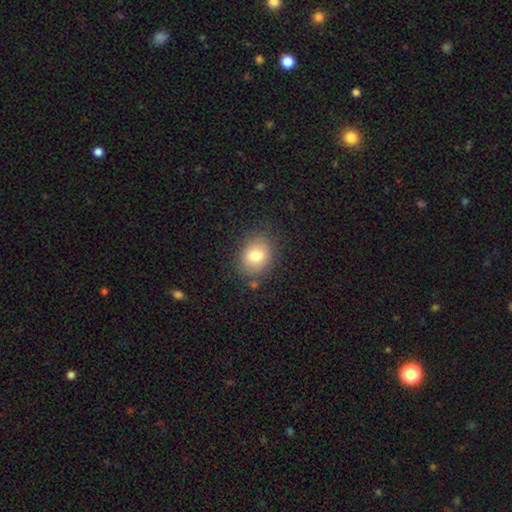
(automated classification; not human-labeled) smooth 78%, featured or disk 12%, star or artifact 10%. Down the decision tree: how rounded — in between (50%); merging — none (81%).